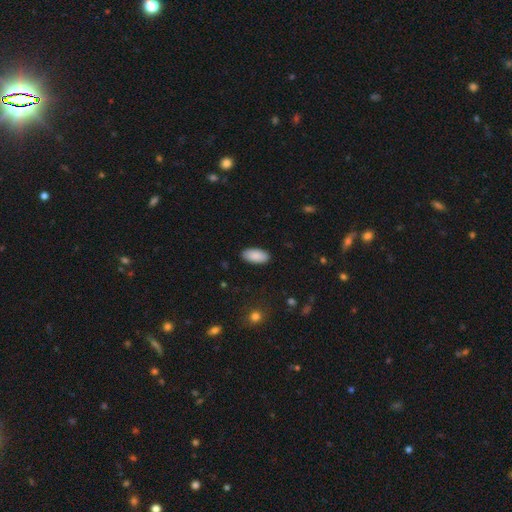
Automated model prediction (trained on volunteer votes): This appears to be a smooth galaxy with no disk features (90%) that is in between round and cigar-shaped (95%). Merging: none (89%).